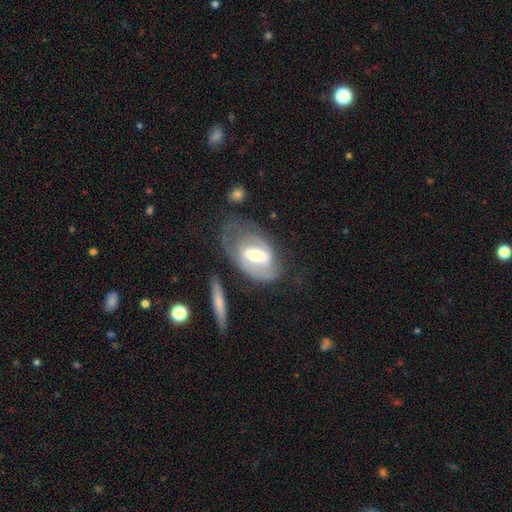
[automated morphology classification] smooth-or-featured: featured or disk: 72% | smooth: 22% | star or artifact: 6%
  disk-edge-on: no: 93% | yes: 7%
    bar: weak: 43% | strong: 36% | no: 21%
    has-spiral-arms: yes: 77% | no: 23%
      spiral-winding: medium: 41% | tight: 39% | loose: 21%
      spiral-arm-count: 2: 62% | can't tell: 24% | 1: 8% | 3: 3% | 4: 1% | more than 4: 1%
    bulge-size: moderate: 62% | small: 29% | large: 7% | none: 1% | dominant: 1%
  merging: none: 46% | minor disturbance: 25% | major disturbance: 24% | merger: 5%